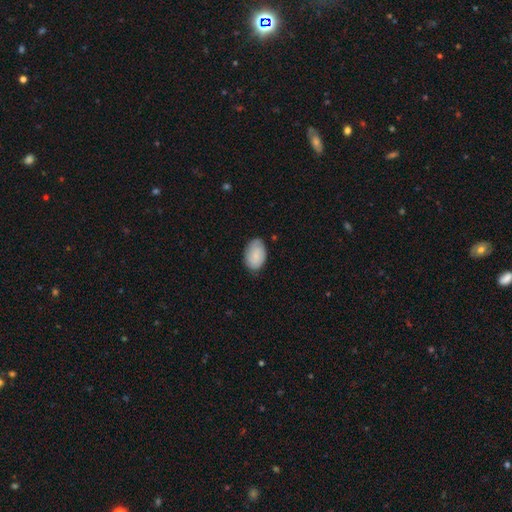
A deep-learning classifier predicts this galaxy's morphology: A smooth galaxy with no disk features (79%) that is in between round and cigar-shaped (90%).

Vote fractions:
- Smooth or featured? smooth: 79% / featured or disk: 15% / star or artifact: 6%
- How rounded? in between: 90% / round: 9% / cigar-shaped: 1%
- Merging? none: 75% / minor disturbance: 21% / major disturbance: 3% / merger: 1%